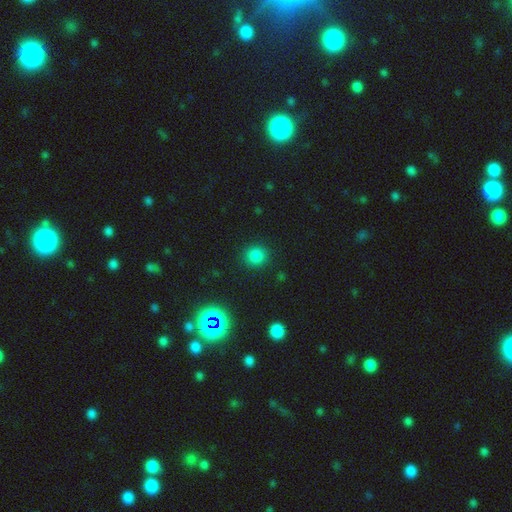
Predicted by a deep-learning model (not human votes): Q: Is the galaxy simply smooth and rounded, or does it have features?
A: smooth — 81%.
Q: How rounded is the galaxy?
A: round — 91%.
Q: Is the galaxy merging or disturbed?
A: none — 90%.